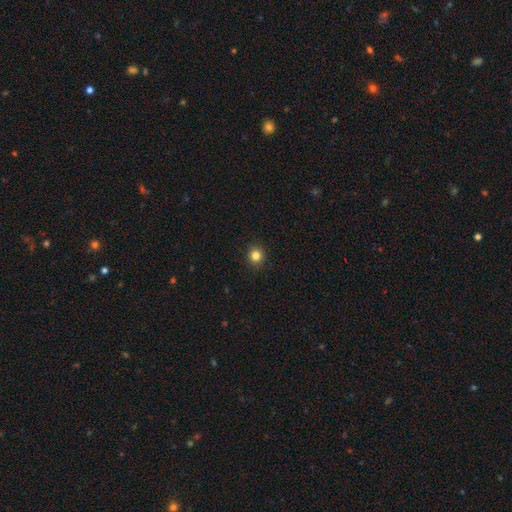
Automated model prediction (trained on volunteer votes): This is clearly a smooth galaxy (83%). How rounded: clearly round (90%). Merging: clearly none (92%).